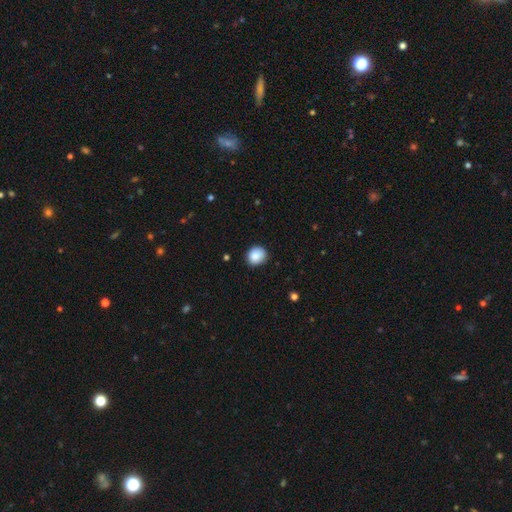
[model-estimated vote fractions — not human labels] smooth 88%, star or artifact 8%, featured or disk 3%. Down the decision tree: how rounded — round (77%); merging — none (87%).